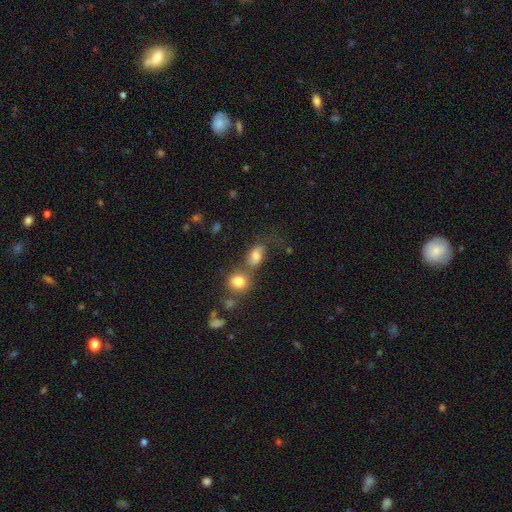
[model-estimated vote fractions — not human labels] Q: Smooth or featured?
A: smooth (67%); runner-up: featured or disk (20%)
Q: How rounded?
A: in between (70%); runner-up: round (27%)
Q: Merging?
A: merger (39%); runner-up: none (34%)